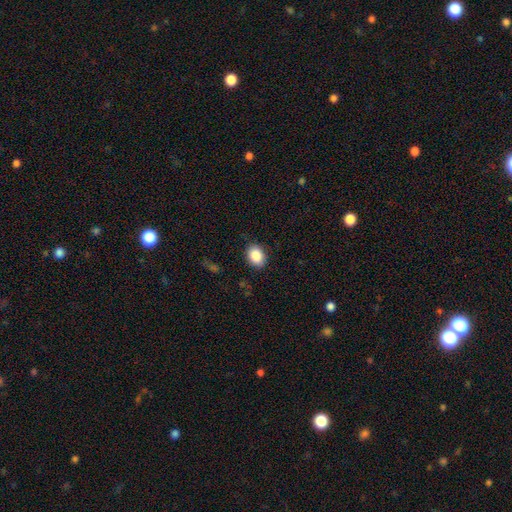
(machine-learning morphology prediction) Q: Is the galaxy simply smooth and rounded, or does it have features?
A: smooth — 87%.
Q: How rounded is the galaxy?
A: in between — 71%.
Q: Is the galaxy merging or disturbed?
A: none — 87%.